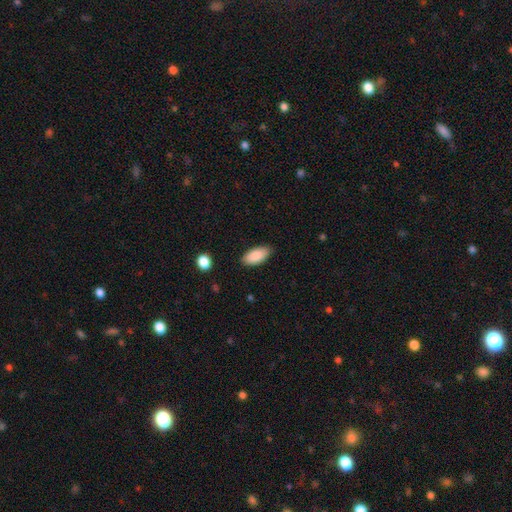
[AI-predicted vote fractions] A smooth galaxy with no disk features (88%) that is in between round and cigar-shaped (92%).

Vote fractions:
- Smooth or featured? smooth: 88% / star or artifact: 6% / featured or disk: 6%
- How rounded? in between: 92% / cigar-shaped: 6% / round: 2%
- Merging? none: 85% / minor disturbance: 12% / major disturbance: 2% / merger: 1%